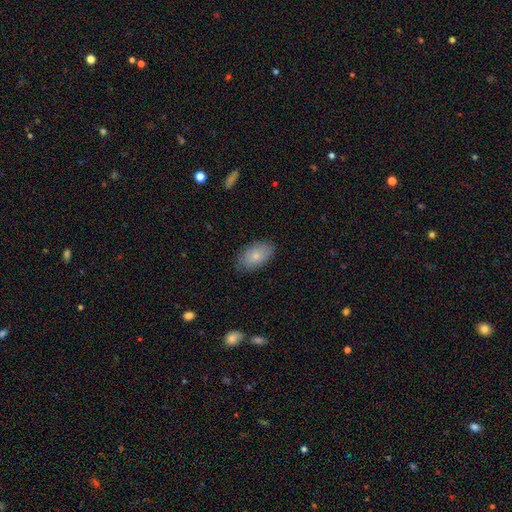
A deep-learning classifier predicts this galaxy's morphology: Smooth or featured? Predicted: smooth (p=0.80). How rounded? Predicted: in between (p=0.93). Merging? Predicted: none (p=0.83).